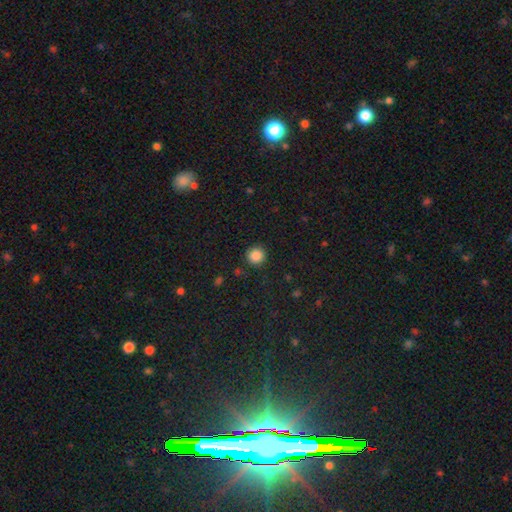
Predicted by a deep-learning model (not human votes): Overall: smooth (86%). How rounded: round (93%). Merging: none (89%).